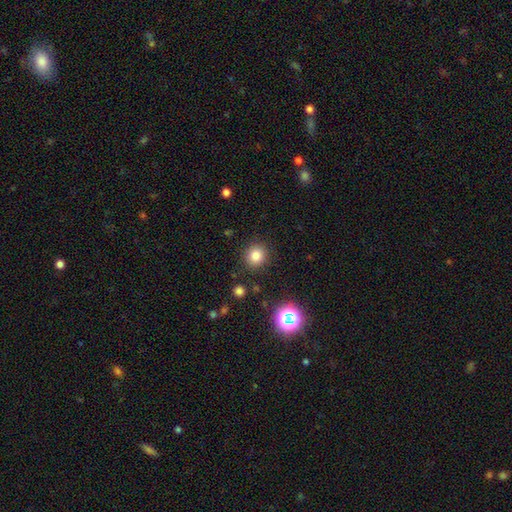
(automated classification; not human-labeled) Smooth or featured: smooth — 81% (star or artifact — 14%)
How rounded: round — 88% (in between — 11%)
Merging: none — 88% (minor disturbance — 7%)